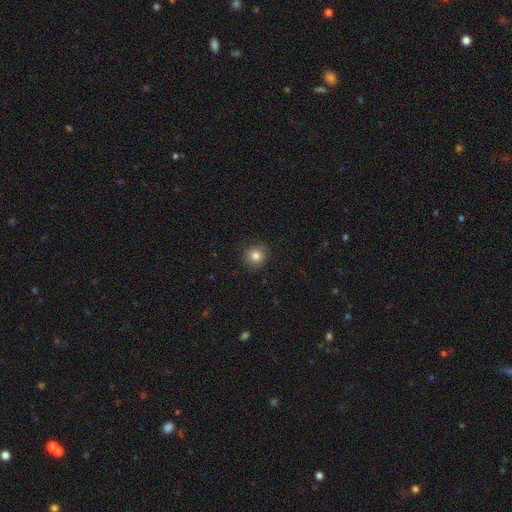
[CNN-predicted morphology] Smooth or featured?
  - smooth: 82% *
  - star or artifact: 12%
  - featured or disk: 7%
How rounded?
  - round: 91% *
  - in between: 8%
  - cigar-shaped: 1%
Merging?
  - none: 89% *
  - minor disturbance: 8%
  - major disturbance: 2%
  - merger: 1%